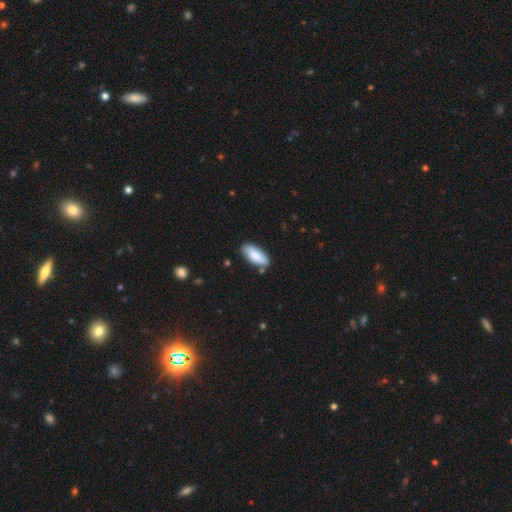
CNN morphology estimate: Q: Smooth or featured?
A: smooth (85%); runner-up: featured or disk (9%)
Q: How rounded?
A: in between (80%); runner-up: cigar-shaped (18%)
Q: Merging?
A: none (80%); runner-up: minor disturbance (14%)